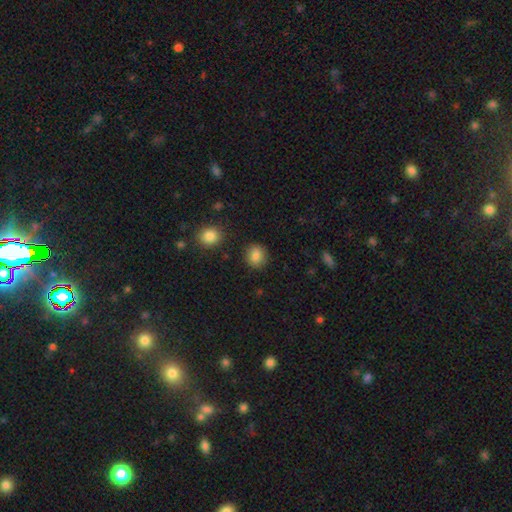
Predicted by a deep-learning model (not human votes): Smooth or featured? Predicted: smooth (p=0.85). How rounded? Predicted: round (p=0.80). Merging? Predicted: none (p=0.89).